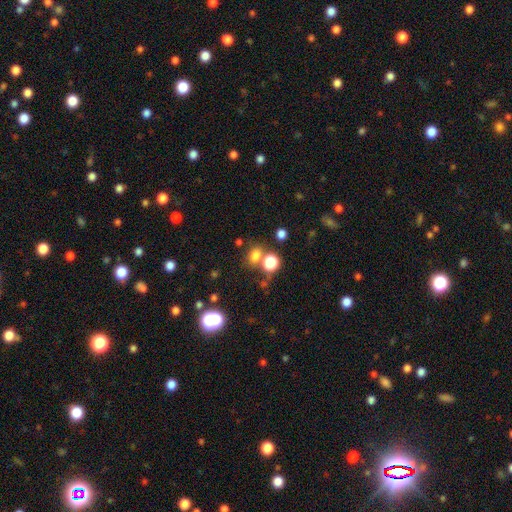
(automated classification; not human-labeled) Morphology: type=smooth (72%); roundness=round (51%); merging=none (64%).